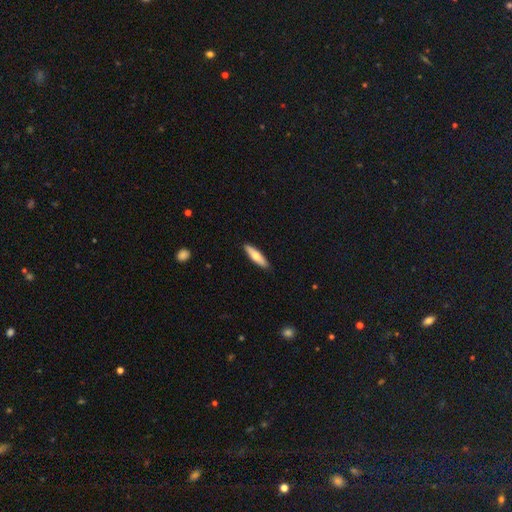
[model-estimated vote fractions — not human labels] This appears to be a smooth galaxy with no disk features (60%) that is cigar-shaped (71%). Merging: none (89%).